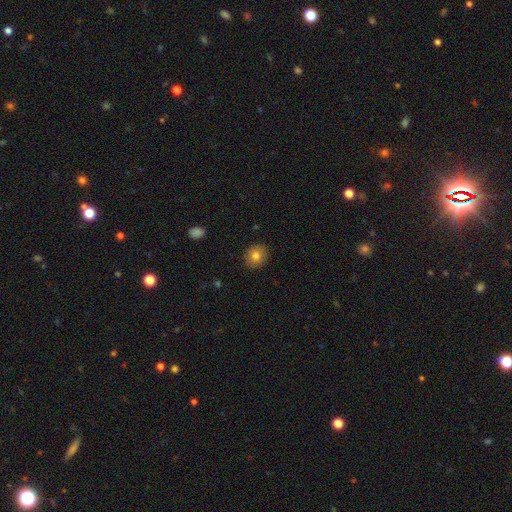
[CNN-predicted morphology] Q: Smooth or featured?
A: smooth (79%); runner-up: featured or disk (12%)
Q: How rounded?
A: round (75%); runner-up: in between (24%)
Q: Merging?
A: none (89%); runner-up: minor disturbance (8%)